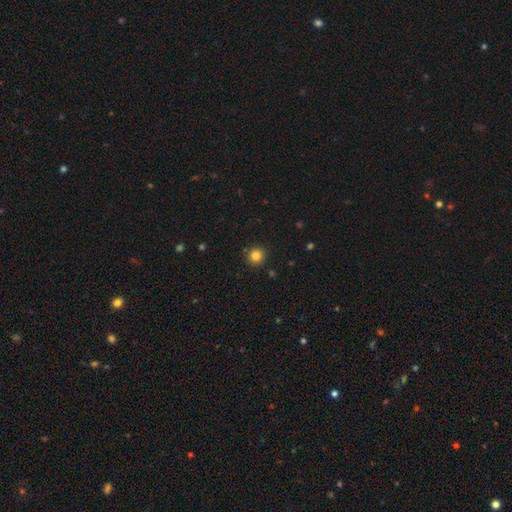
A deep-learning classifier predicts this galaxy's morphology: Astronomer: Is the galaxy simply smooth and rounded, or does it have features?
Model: smooth — 83%.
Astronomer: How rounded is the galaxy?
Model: round — 94%.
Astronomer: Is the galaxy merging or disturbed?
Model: none — 90%.